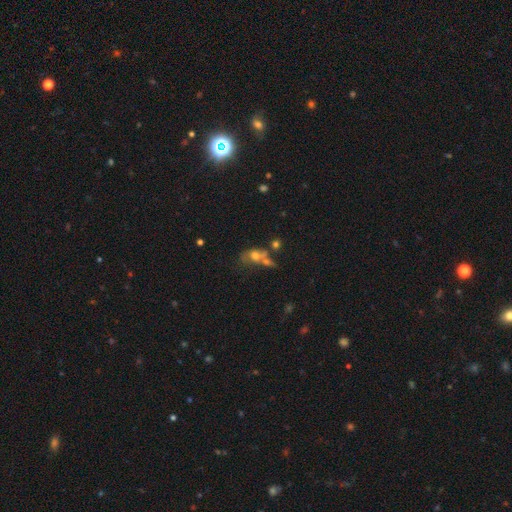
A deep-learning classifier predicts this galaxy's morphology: Overall: smooth (53%; featured or disk 31%). How rounded: in between (62%; round 34%). Merging: merger (43%; none 26%).